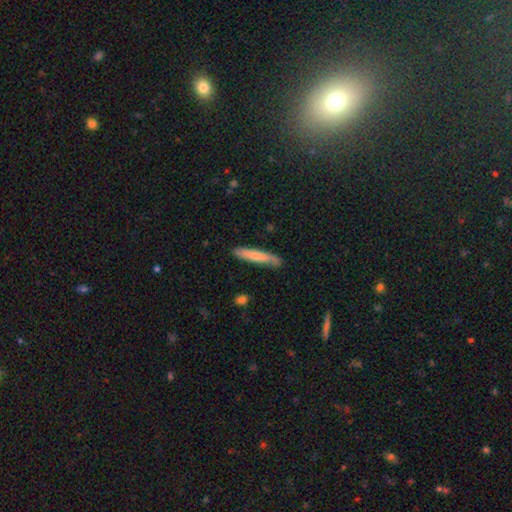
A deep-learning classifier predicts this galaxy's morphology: Smooth or featured: smooth — 66% (featured or disk — 29%)
How rounded: cigar-shaped — 92% (in between — 7%)
Merging: none — 79% (minor disturbance — 16%)